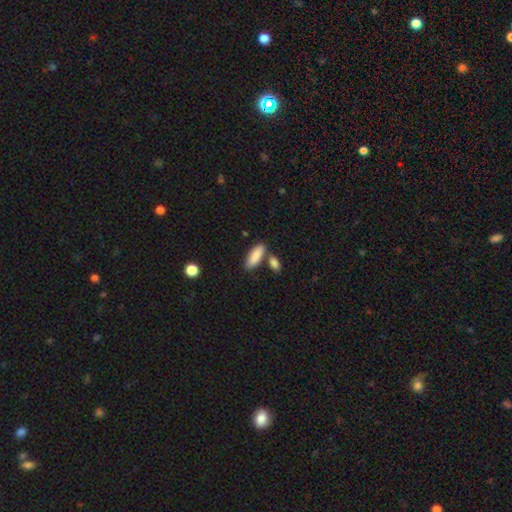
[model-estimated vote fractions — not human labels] Smooth or featured? smooth (88%)
How rounded? in between (67%)
Merging? none (68%)